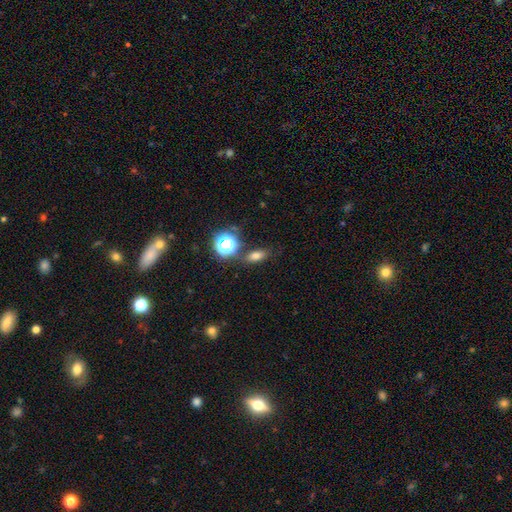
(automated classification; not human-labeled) smooth_or_featured: smooth (p=0.68) [alt: star or artifact p=0.22]
how_rounded: in between (p=0.73) [alt: round p=0.18]
merging: none (p=0.76) [alt: minor disturbance p=0.12]